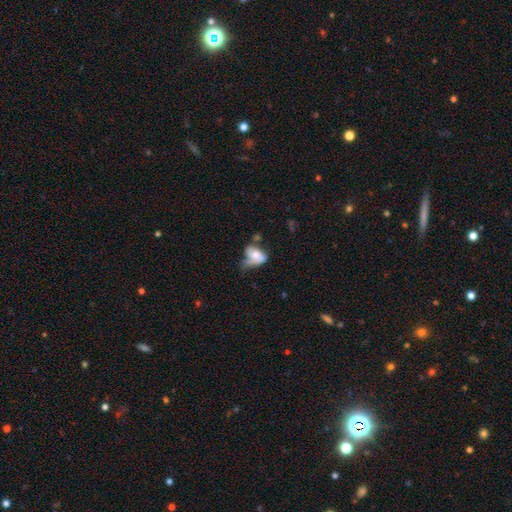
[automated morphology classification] This appears to be a smooth galaxy with no disk features (54%) that is in between round and cigar-shaped (83%). Merging: major disturbance (34%).